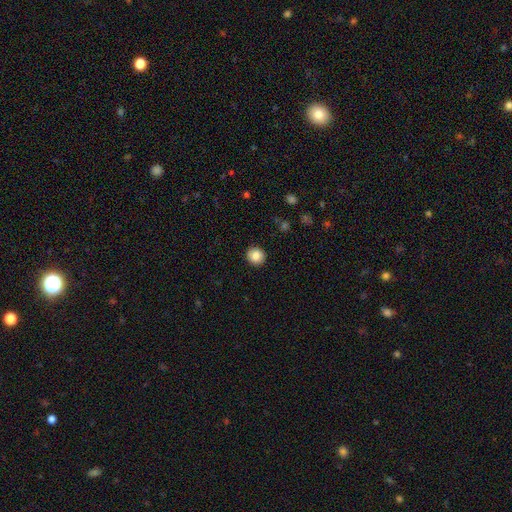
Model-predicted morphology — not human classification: A smooth galaxy with no disk features (86%) that is round (87%). Merging: none (91%).